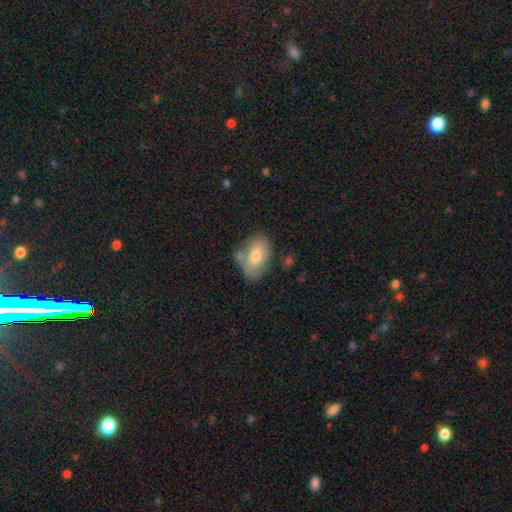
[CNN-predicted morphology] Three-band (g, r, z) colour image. It shows a smooth galaxy with no disk features (71%) that is in between round and cigar-shaped (88%). Merging: none (62%).